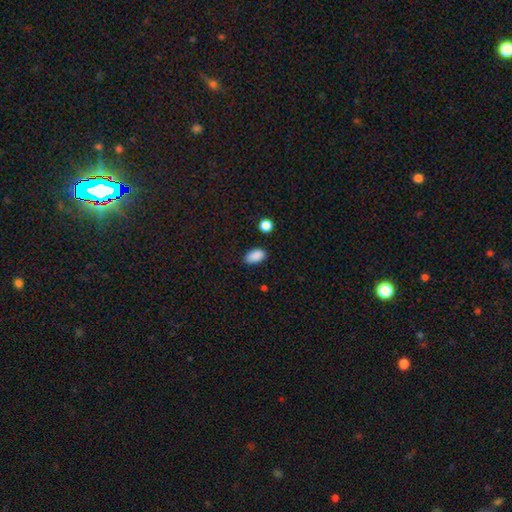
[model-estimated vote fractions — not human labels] Smooth or featured: smooth — 88% (star or artifact — 8%)
How rounded: in between — 92% (round — 6%)
Merging: none — 82% (minor disturbance — 13%)